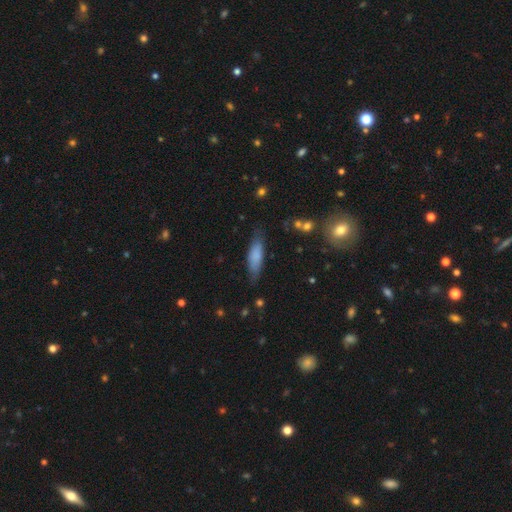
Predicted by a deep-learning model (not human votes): Smooth or featured? Predicted: smooth (p=0.77). How rounded? Predicted: cigar-shaped (p=0.54). Merging? Predicted: none (p=0.75).